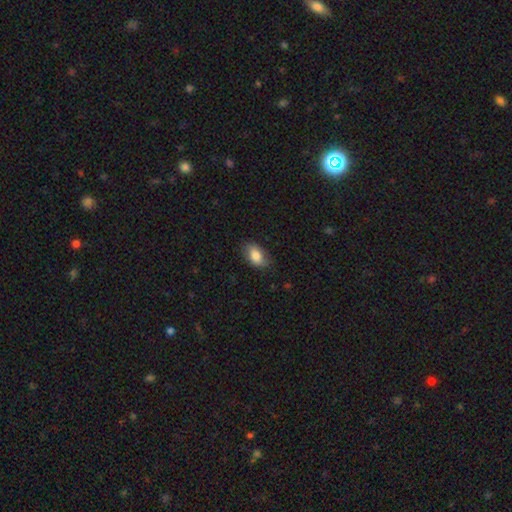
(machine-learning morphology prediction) smooth_or_featured: smooth (p=0.80) [alt: featured or disk p=0.12]
how_rounded: in between (p=0.89) [alt: round p=0.09]
merging: none (p=0.79) [alt: minor disturbance p=0.16]